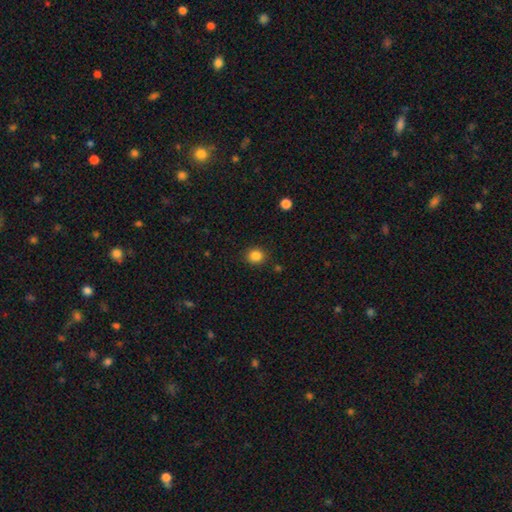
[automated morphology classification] Q: Smooth or featured?
A: smooth (85%); runner-up: star or artifact (11%)
Q: How rounded?
A: round (82%); runner-up: in between (17%)
Q: Merging?
A: none (89%); runner-up: minor disturbance (7%)